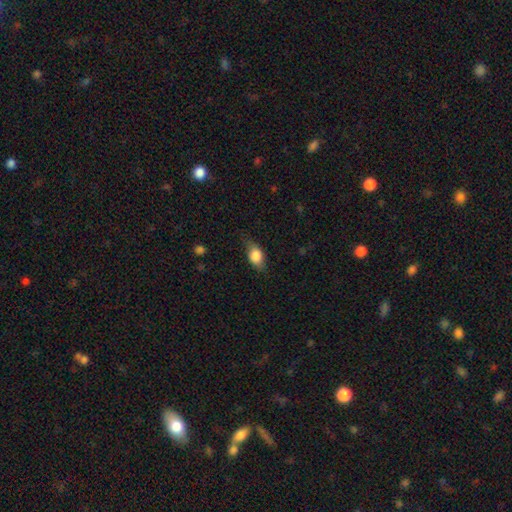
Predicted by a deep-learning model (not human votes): Smooth or featured?
  - smooth: 79% *
  - featured or disk: 14%
  - star or artifact: 8%
How rounded?
  - in between: 78% *
  - round: 16%
  - cigar-shaped: 5%
Merging?
  - none: 65% *
  - minor disturbance: 26%
  - major disturbance: 8%
  - merger: 1%